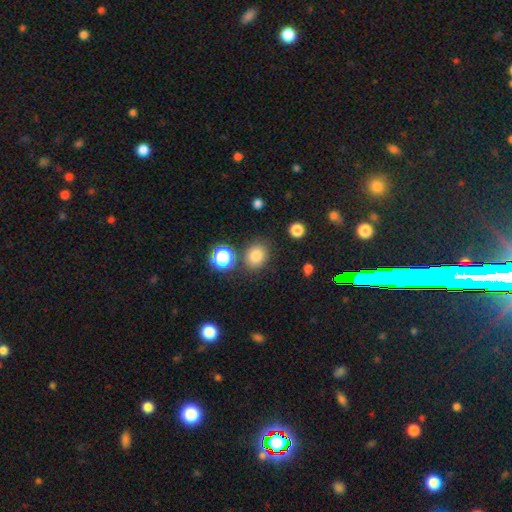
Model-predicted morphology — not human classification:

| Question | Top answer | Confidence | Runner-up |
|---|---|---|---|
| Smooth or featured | smooth | 80% | star or artifact (13%) |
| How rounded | round | 66% | in between (33%) |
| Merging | none | 81% | minor disturbance (10%) |